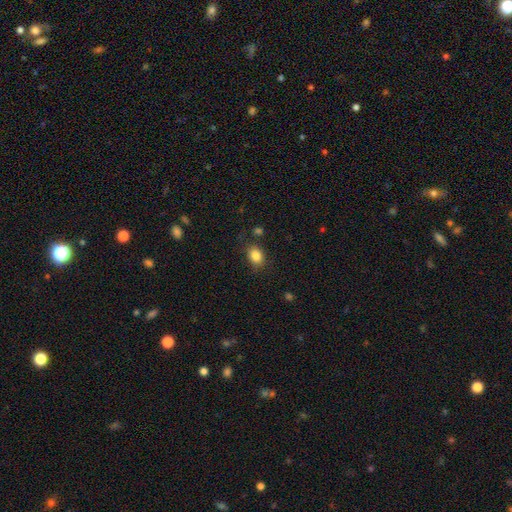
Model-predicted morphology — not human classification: Overall: smooth (85%). How rounded: in between (62%; round 37%). Merging: none (80%).